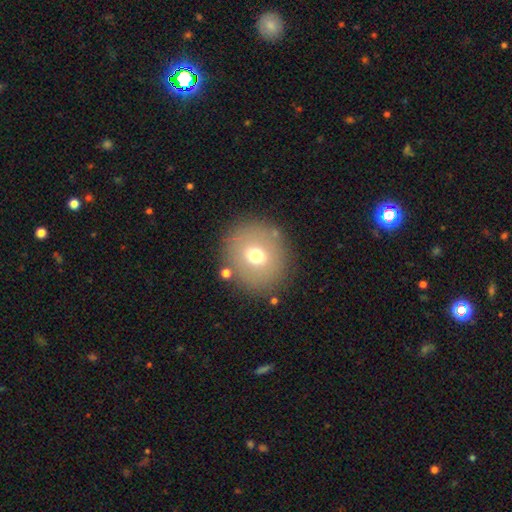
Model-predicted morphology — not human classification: The model was most divided on "smooth or featured": smooth: 64%, featured or disk: 23%, star or artifact: 13%. More confident: how rounded — round (85%); merging — none (83%).